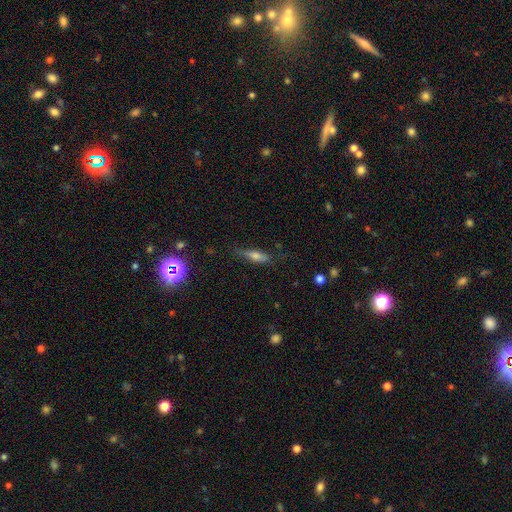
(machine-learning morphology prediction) This appears to be a smooth galaxy with no disk features (55%) that is cigar-shaped (59%). Merging: none (73%).